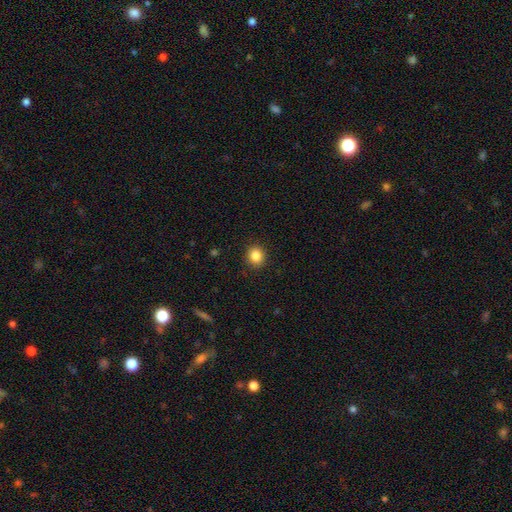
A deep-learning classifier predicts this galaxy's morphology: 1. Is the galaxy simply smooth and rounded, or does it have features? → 85% smooth, 10% star or artifact, 5% featured or disk.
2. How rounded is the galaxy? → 79% round, 21% in between, 1% cigar-shaped.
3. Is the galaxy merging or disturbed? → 90% none, 7% minor disturbance, 2% major disturbance, 1% merger.